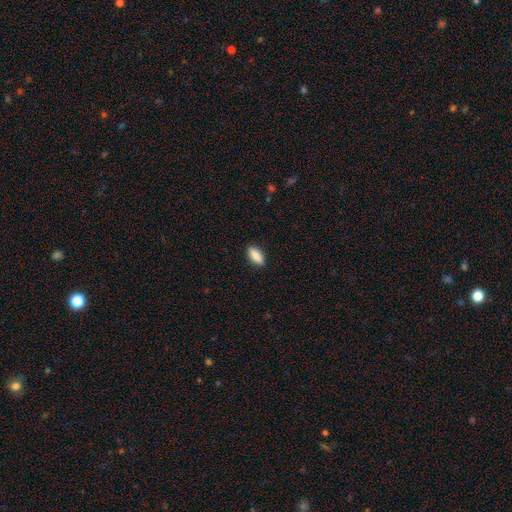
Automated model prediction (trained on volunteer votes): Smooth or featured?
  - smooth: 87% *
  - featured or disk: 6%
  - star or artifact: 6%
How rounded?
  - in between: 78% *
  - cigar-shaped: 19%
  - round: 3%
Merging?
  - none: 89% *
  - minor disturbance: 8%
  - major disturbance: 2%
  - merger: 1%